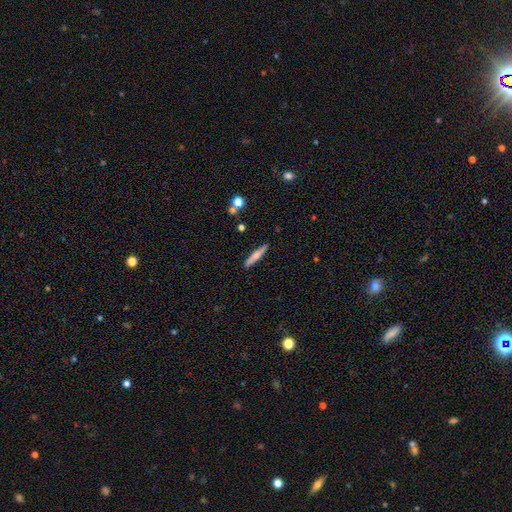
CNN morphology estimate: The model was most divided on "smooth or featured": smooth: 55%, featured or disk: 39%, star or artifact: 6%. More confident: how rounded — cigar-shaped (91%); merging — none (90%).